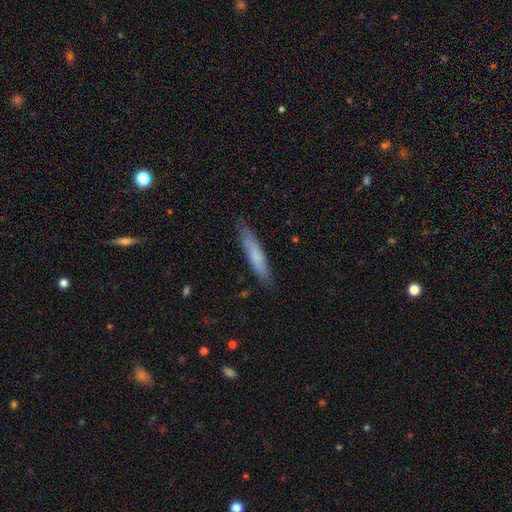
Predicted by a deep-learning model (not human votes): A smooth galaxy with no disk features (73%) that is cigar-shaped (87%). Merging: none (81%).